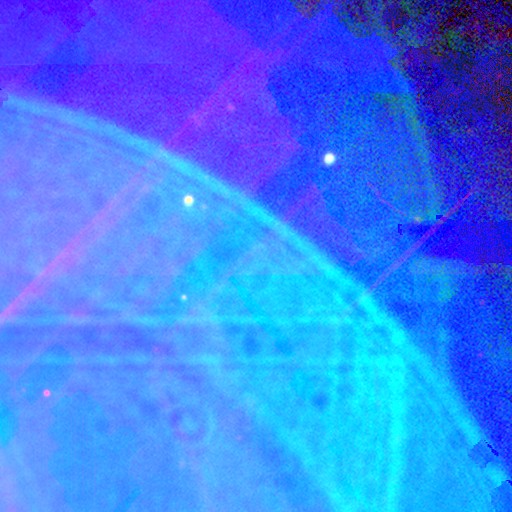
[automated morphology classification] Smooth or featured?
  - star or artifact: 88% *
  - featured or disk: 6%
  - smooth: 5%